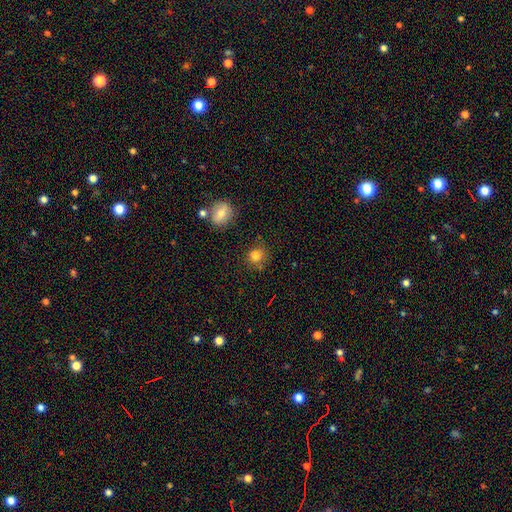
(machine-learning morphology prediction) A smooth galaxy with no disk features (81%) that is round (86%). Merging: none (76%).